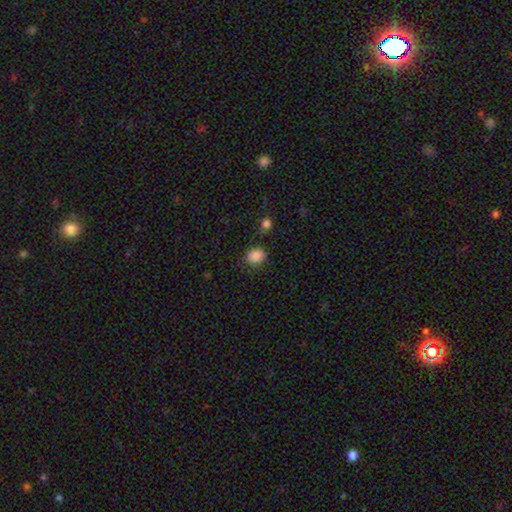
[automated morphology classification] Smooth or featured? smooth (86%)
How rounded? round (55%)
Merging? none (76%)